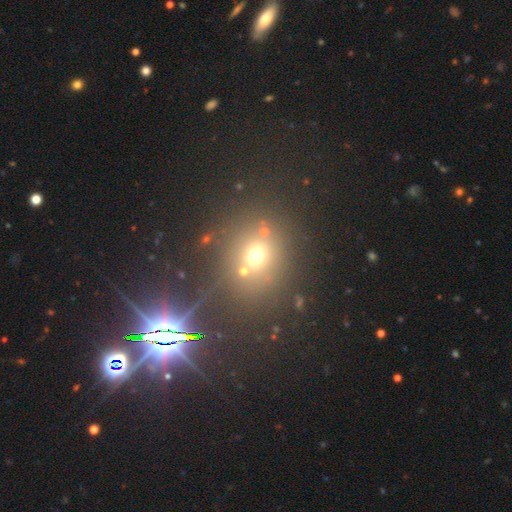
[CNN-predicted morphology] smooth-or-featured: star or artifact: 48% | smooth: 40% | featured or disk: 12%